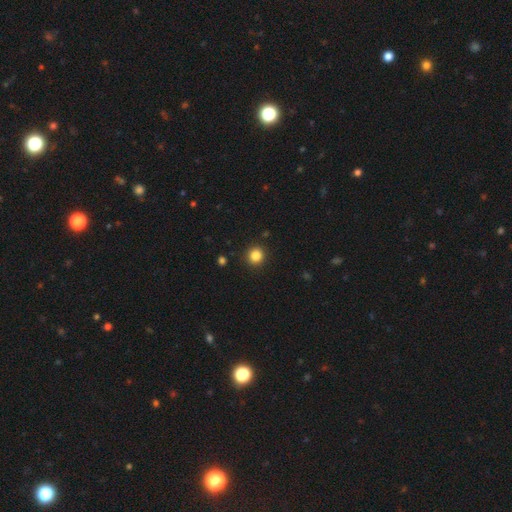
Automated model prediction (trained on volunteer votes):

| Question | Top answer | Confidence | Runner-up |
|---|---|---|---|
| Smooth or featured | smooth | 84% | star or artifact (12%) |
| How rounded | round | 93% | in between (6%) |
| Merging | none | 92% | minor disturbance (5%) |